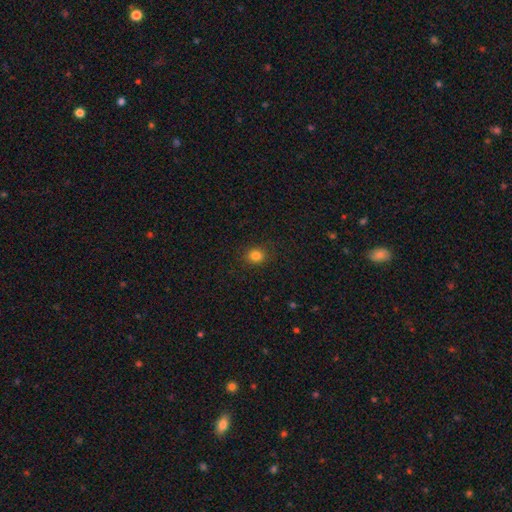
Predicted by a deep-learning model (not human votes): Smooth or featured: smooth — 82% (star or artifact — 12%)
How rounded: round — 70% (in between — 29%)
Merging: none — 87% (minor disturbance — 9%)